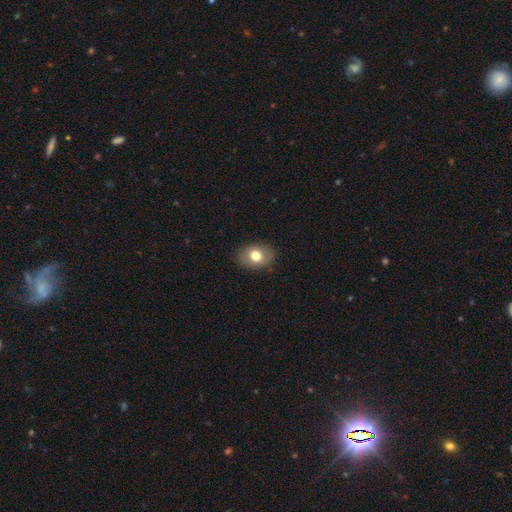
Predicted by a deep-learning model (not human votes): smooth-or-featured: smooth: 76% | featured or disk: 15% | star or artifact: 9%
  how-rounded: in between: 68% | round: 31% | cigar-shaped: 1%
  merging: none: 87% | minor disturbance: 10% | major disturbance: 3% | merger: 1%